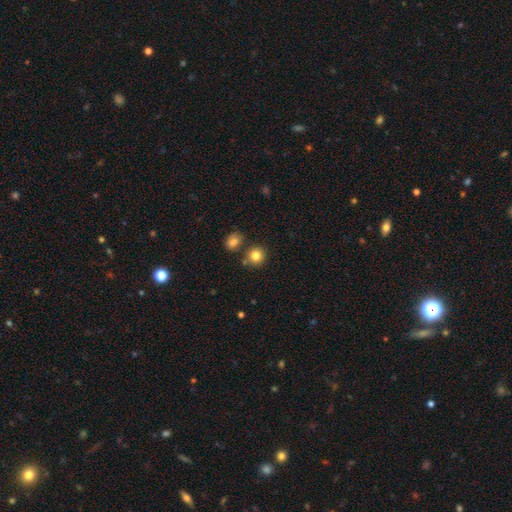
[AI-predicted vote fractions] smooth-or-featured: smooth: 83% | star or artifact: 11% | featured or disk: 6%
  how-rounded: round: 89% | in between: 10% | cigar-shaped: 1%
  merging: none: 77% | merger: 12% | minor disturbance: 8% | major disturbance: 3%